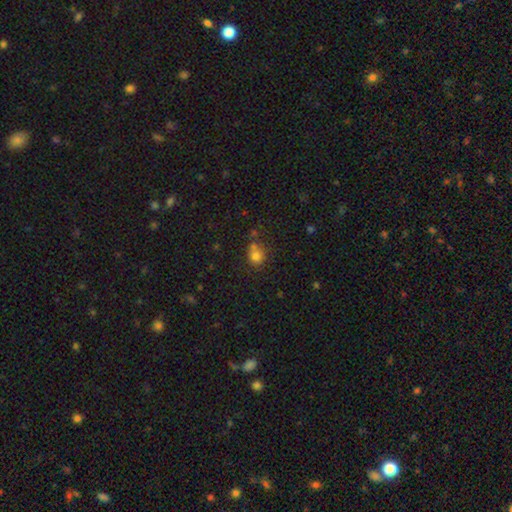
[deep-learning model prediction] smooth 77%, star or artifact 14%, featured or disk 9%. Down the decision tree: how rounded — round (77%); merging — none (52%).